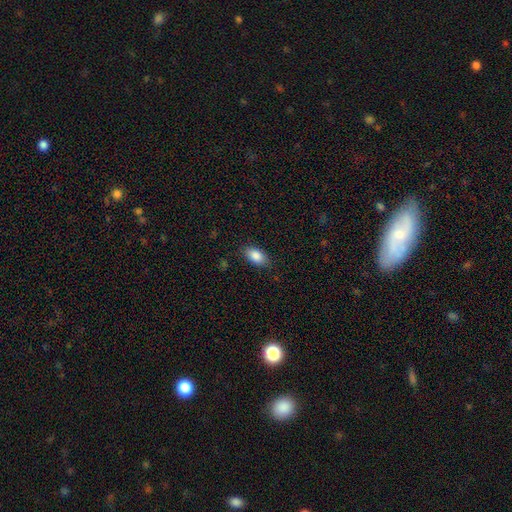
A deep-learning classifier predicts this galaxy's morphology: Smooth or featured: smooth — 87% (star or artifact — 7%)
How rounded: in between — 91% (round — 6%)
Merging: none — 84% (minor disturbance — 12%)